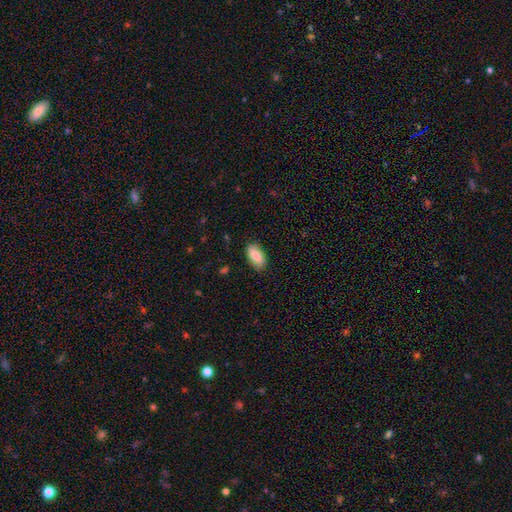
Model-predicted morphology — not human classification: Overall: smooth (80%). How rounded: in between (92%). Merging: none (85%).